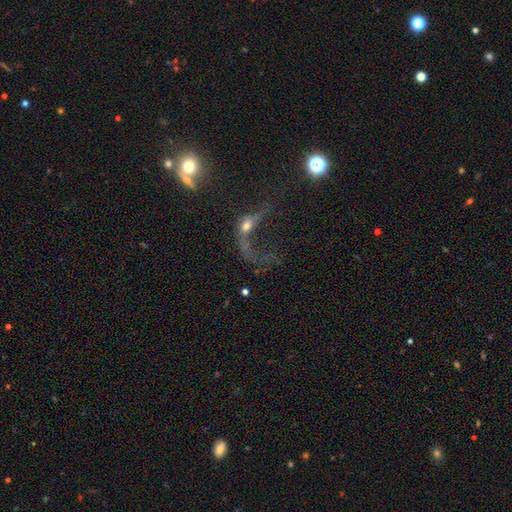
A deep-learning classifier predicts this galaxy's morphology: Smooth or featured: featured or disk — 52% (star or artifact — 24%)
Edge-on disk: no — 88% (yes — 12%)
Merging: major disturbance — 44% (none — 23%)